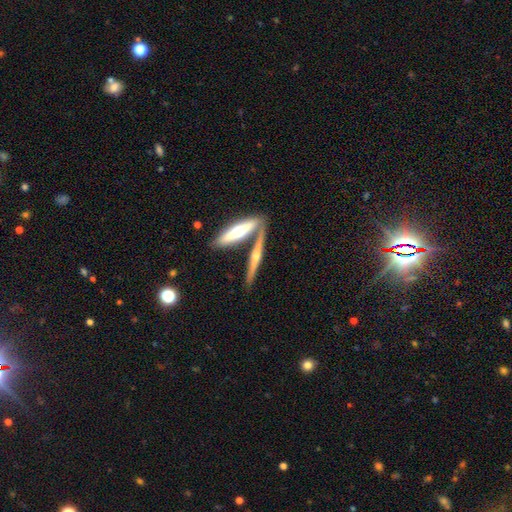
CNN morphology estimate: The model was most divided on "smooth or featured": featured or disk: 60%, smooth: 33%, star or artifact: 7%. More confident: edge-on disk — yes (91%); edge-on bulge — rounded (81%); merging — none (58%).